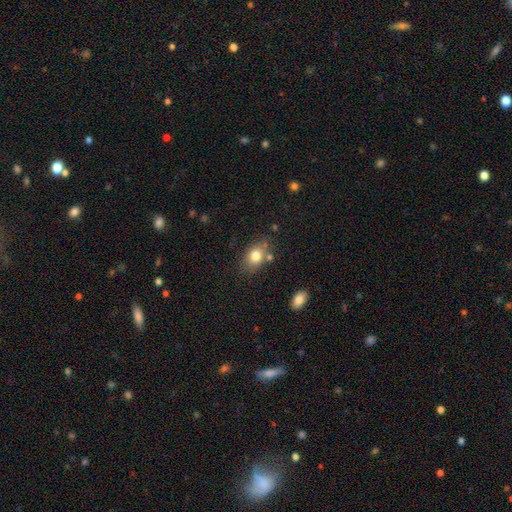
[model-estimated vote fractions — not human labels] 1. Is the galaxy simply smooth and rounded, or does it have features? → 79% smooth, 11% featured or disk, 10% star or artifact.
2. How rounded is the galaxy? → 74% in between, 24% round, 2% cigar-shaped.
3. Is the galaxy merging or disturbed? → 69% none, 16% minor disturbance, 11% merger, 4% major disturbance.